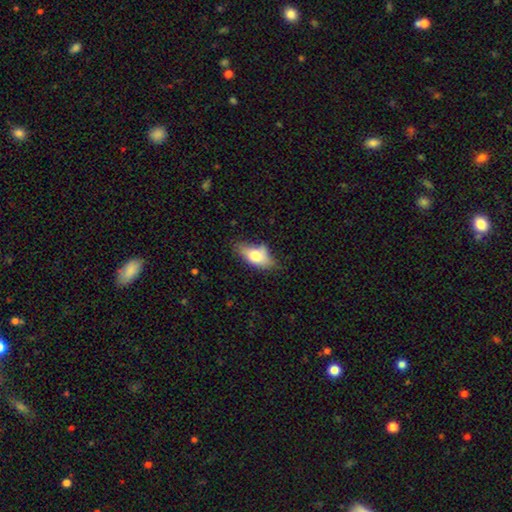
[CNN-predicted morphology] type=smooth (66%); roundness=in between (84%); merging=none (51%).